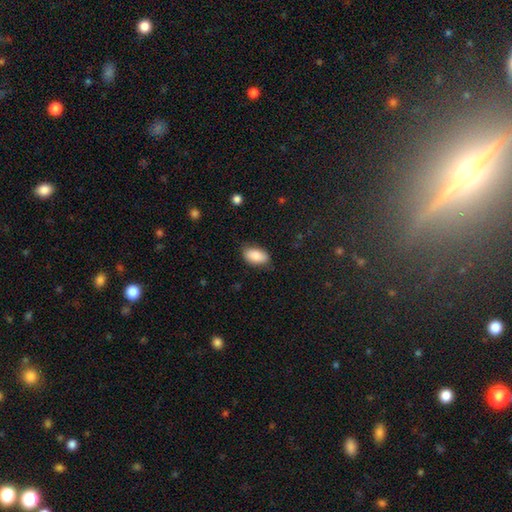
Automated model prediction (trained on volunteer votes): This appears to be a smooth galaxy with no disk features (85%) that is in between round and cigar-shaped (93%). Merging: none (76%).